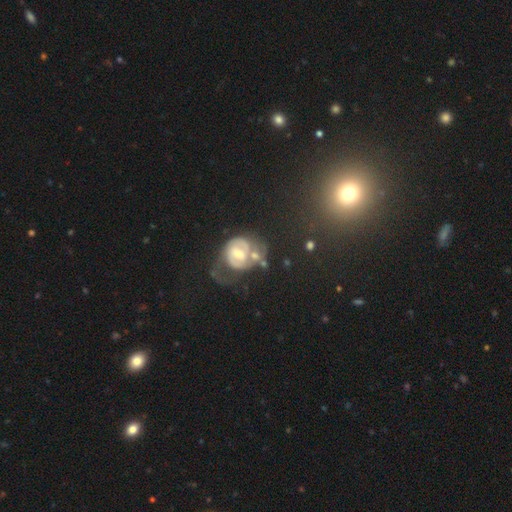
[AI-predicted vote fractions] Morphology: type=featured or disk (66%); edge-on=no (97%); bar=no (51%); spiral arms=yes (70%); bulge=moderate (60%); merging=none (34%).